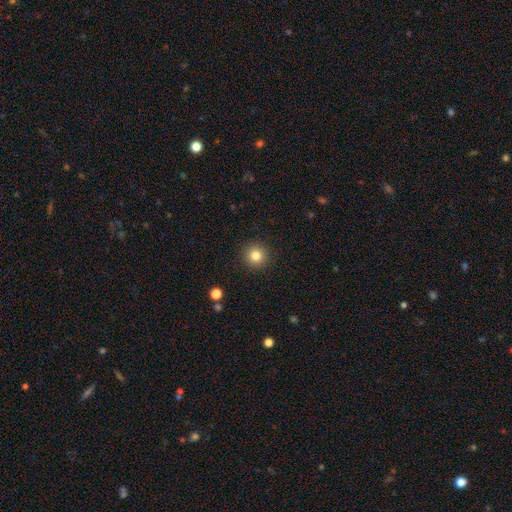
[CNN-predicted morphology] smooth-or-featured: smooth: 82% | star or artifact: 12% | featured or disk: 6%
  how-rounded: round: 95% | in between: 4% | cigar-shaped: 1%
  merging: none: 92% | minor disturbance: 5% | major disturbance: 2% | merger: 1%